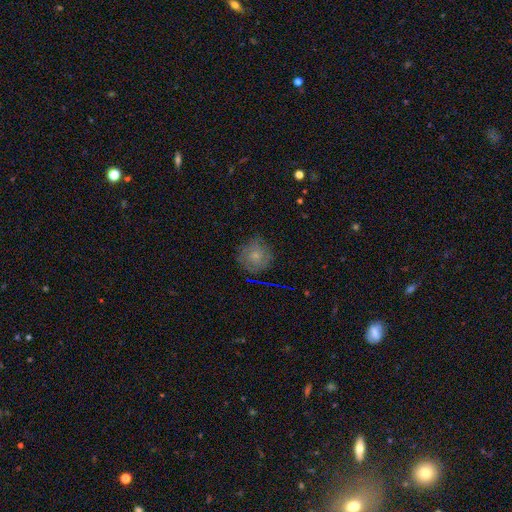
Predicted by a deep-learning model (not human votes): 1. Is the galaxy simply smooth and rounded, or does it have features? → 53% smooth, 36% featured or disk, 12% star or artifact.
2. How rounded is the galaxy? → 90% round, 9% in between, 1% cigar-shaped.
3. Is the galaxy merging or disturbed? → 75% none, 17% minor disturbance, 6% major disturbance, 2% merger.